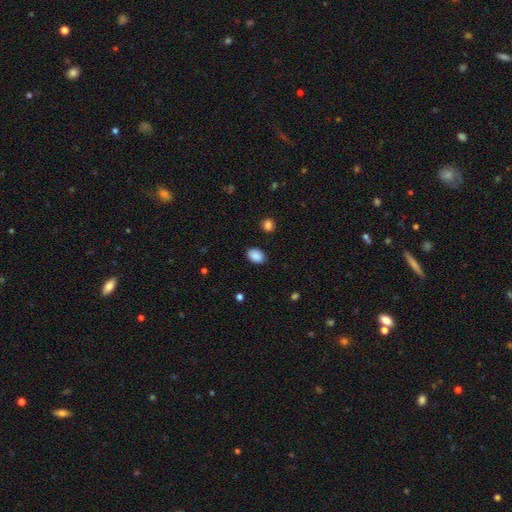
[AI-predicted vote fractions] This is clearly a smooth galaxy (89%). How rounded: likely in between (77%). Merging: clearly none (87%).